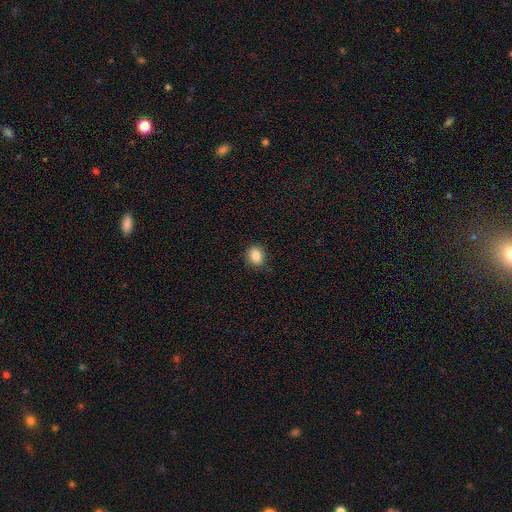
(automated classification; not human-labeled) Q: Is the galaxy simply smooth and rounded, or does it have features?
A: smooth — 84%.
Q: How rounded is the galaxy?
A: round — 55%.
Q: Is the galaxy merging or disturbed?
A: none — 85%.